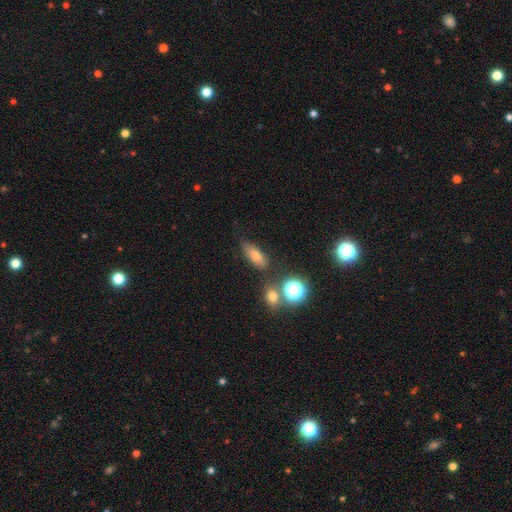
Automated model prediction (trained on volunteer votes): Smooth or featured? Predicted: smooth (p=0.66). How rounded? Predicted: in between (p=0.64). Merging? Predicted: none (p=0.71).